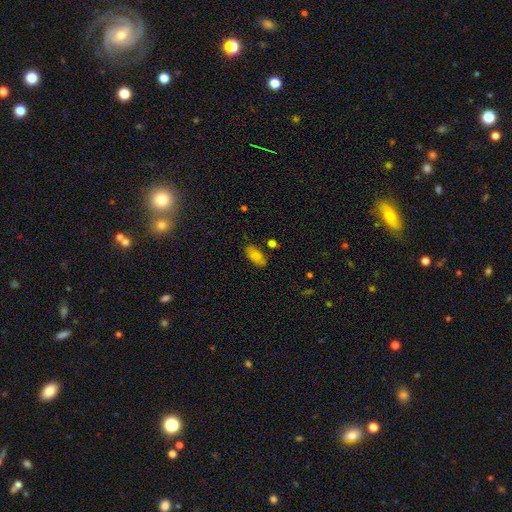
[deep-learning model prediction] This is likely a smooth galaxy (77%). How rounded: clearly in between (89%). Merging: likely none (77%).